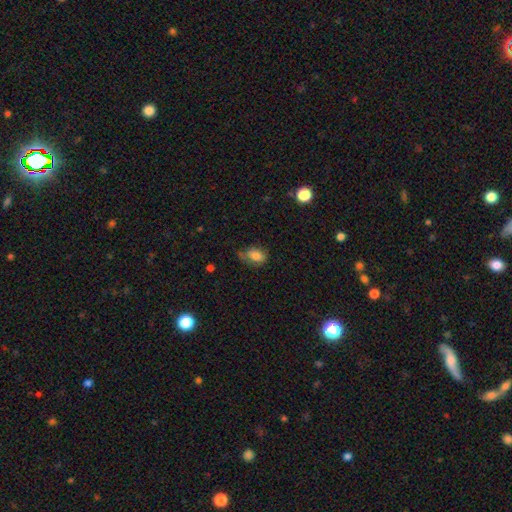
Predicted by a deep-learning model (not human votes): Smooth or featured: smooth — 80% (featured or disk — 11%)
How rounded: in between — 85% (round — 13%)
Merging: none — 53% (minor disturbance — 32%)